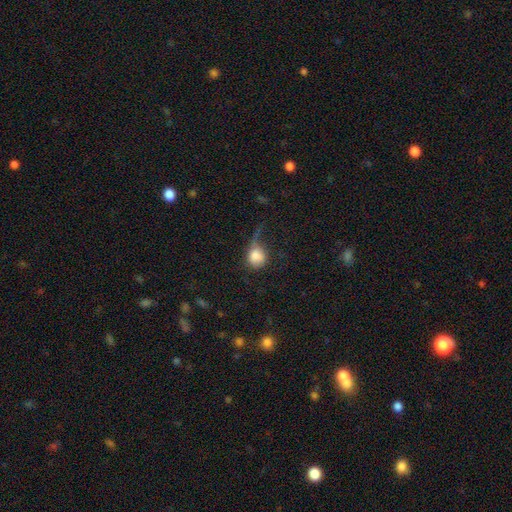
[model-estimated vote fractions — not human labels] Smooth or featured?
  - smooth: 77% *
  - featured or disk: 15%
  - star or artifact: 8%
How rounded?
  - round: 67% *
  - in between: 31%
  - cigar-shaped: 2%
Merging?
  - major disturbance: 44% *
  - none: 27%
  - minor disturbance: 25%
  - merger: 5%